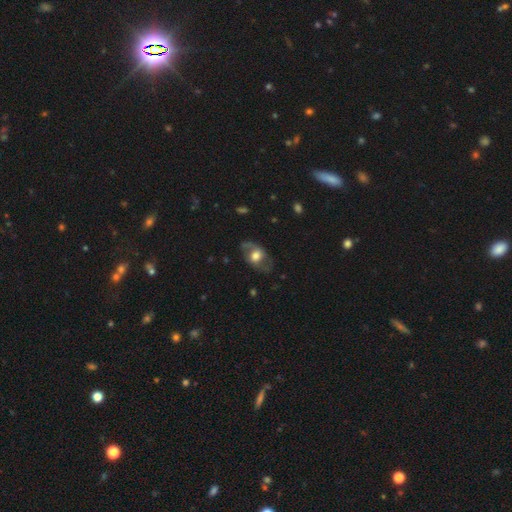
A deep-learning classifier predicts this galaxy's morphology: Overall: featured or disk (53%; smooth 40%). Edge-on disk: no (91%). Merging: none (68%).